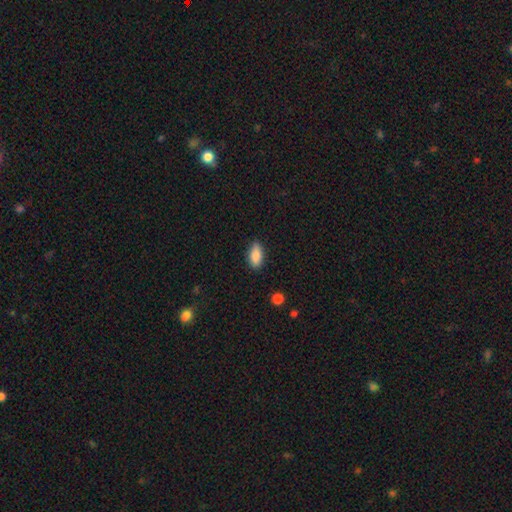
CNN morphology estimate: Smooth or featured? Predicted: smooth (p=0.87). How rounded? Predicted: in between (p=0.89). Merging? Predicted: none (p=0.83).